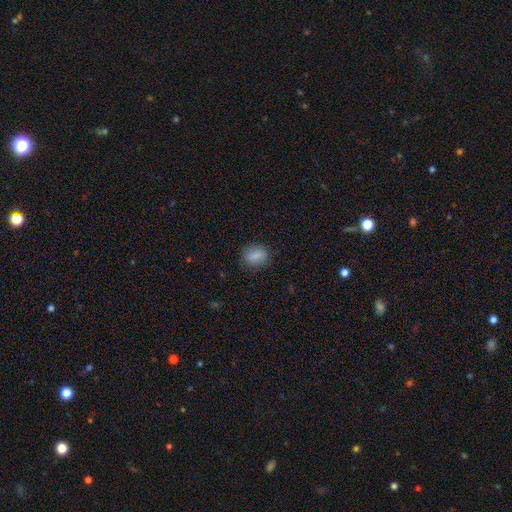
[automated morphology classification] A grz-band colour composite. It shows a smooth galaxy with no disk features (84%) that is in between round and cigar-shaped (58%). Merging: none (84%).